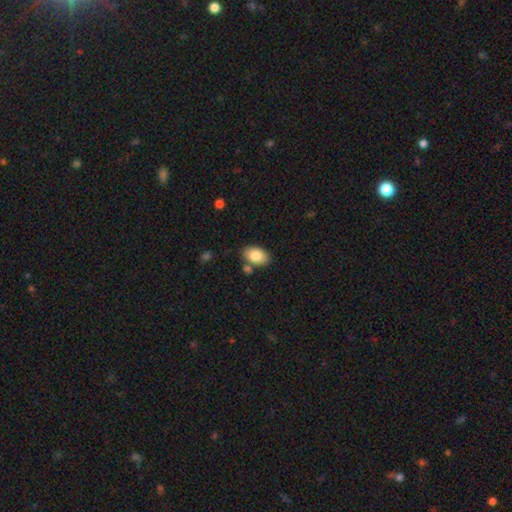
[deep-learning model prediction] Smooth or featured? smooth (83%)
How rounded? in between (90%)
Merging? none (76%)